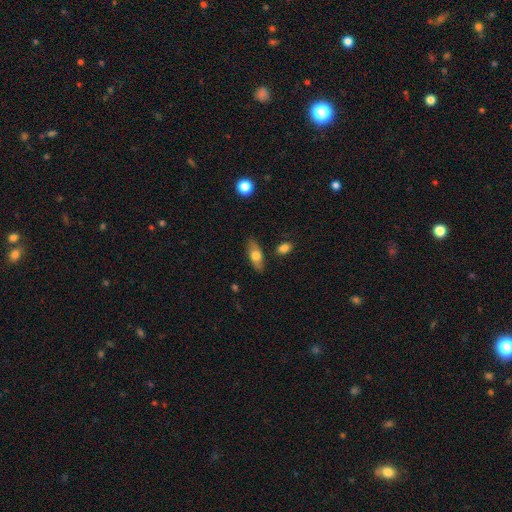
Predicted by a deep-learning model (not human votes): The model was most divided on "smooth or featured": smooth: 65%, featured or disk: 28%, star or artifact: 6%. More confident: merging — none (83%); how rounded — in between (74%).